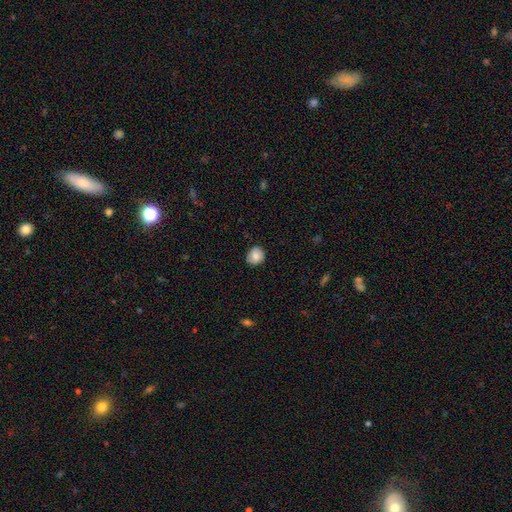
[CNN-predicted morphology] This appears to be a smooth galaxy with no disk features (82%) that is round (75%). Merging: none (83%).